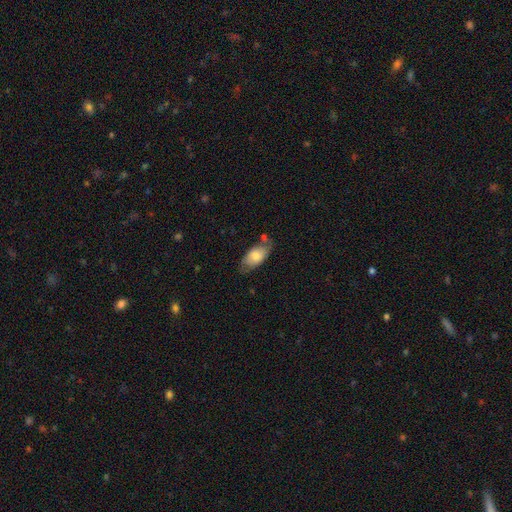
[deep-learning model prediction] Smooth or featured?
  - smooth: 70% *
  - featured or disk: 24%
  - star or artifact: 6%
How rounded?
  - in between: 92% *
  - round: 4%
  - cigar-shaped: 4%
Merging?
  - none: 60% *
  - minor disturbance: 25%
  - merger: 8%
  - major disturbance: 7%